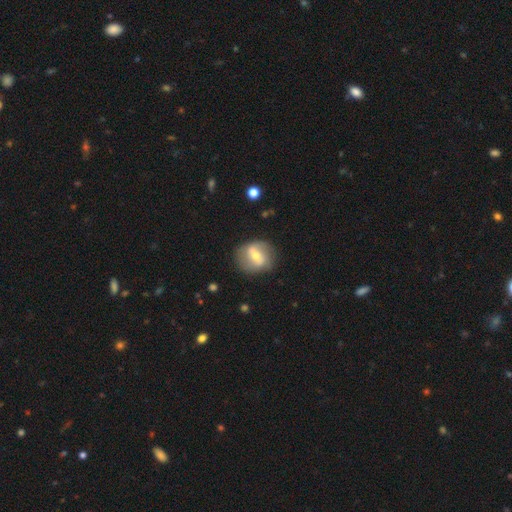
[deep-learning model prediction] The model was most divided on "bar": strong: 40%, weak: 39%, no: 21%. More confident: edge-on disk — no (94%); merging — none (75%); spiral arms — yes (63%); smooth or featured — featured or disk (58%); bulge size — moderate (53%).